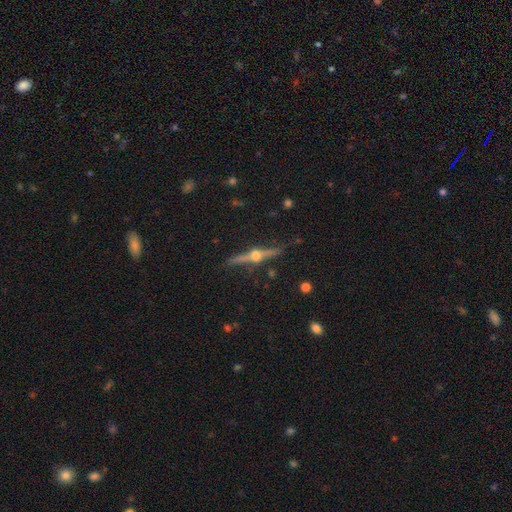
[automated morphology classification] Smooth or featured? featured or disk (81%)
Edge-on disk? yes (97%)
Edge-on bulge? rounded (96%)
Merging? none (85%)